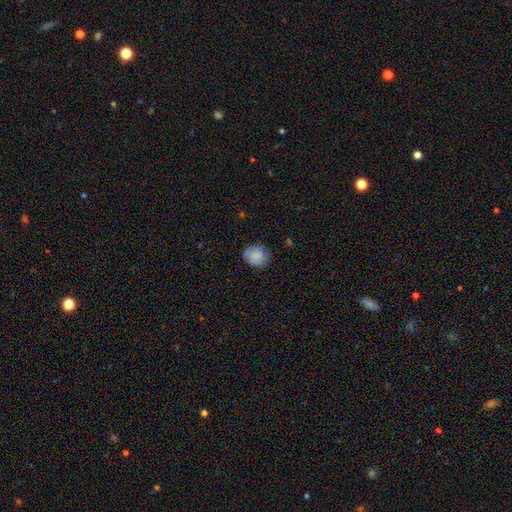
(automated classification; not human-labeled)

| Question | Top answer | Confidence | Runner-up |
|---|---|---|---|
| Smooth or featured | smooth | 83% | featured or disk (9%) |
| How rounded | round | 81% | in between (18%) |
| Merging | none | 77% | minor disturbance (18%) |